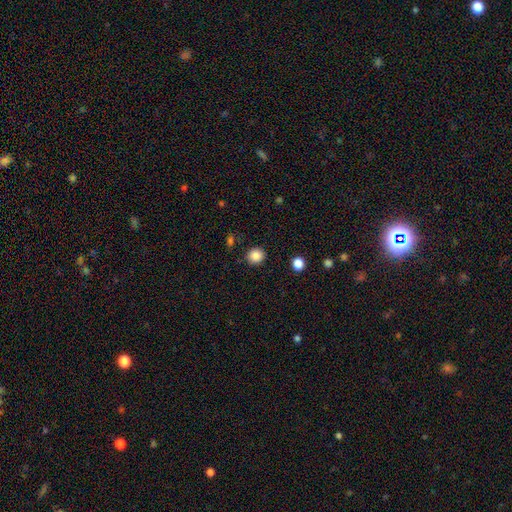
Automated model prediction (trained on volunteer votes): This appears to be a smooth galaxy with no disk features (86%) that is round (88%). Merging: none (90%).